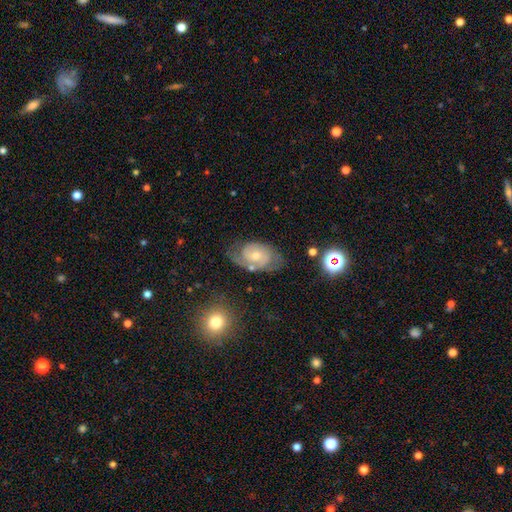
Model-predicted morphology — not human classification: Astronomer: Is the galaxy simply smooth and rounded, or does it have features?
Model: featured or disk — 78%.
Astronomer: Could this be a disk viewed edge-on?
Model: no — 96%.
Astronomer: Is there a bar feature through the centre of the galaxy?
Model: no — 62%.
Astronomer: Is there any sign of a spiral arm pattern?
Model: yes — 94%.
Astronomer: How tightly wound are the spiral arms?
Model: tight — 56% (runner-up: medium, 35%).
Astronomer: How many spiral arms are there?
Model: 2 — 67%.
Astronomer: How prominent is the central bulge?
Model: small — 51% (runner-up: moderate, 44%).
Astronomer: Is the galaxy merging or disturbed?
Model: none — 68%.